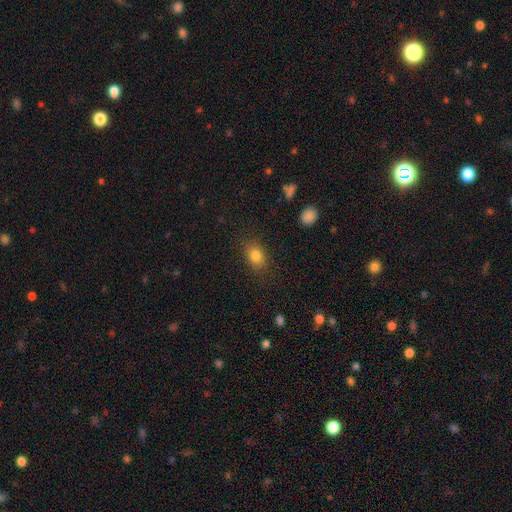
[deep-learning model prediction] This appears to be a smooth galaxy with no disk features (83%) that is in between round and cigar-shaped (69%). Merging: none (83%).